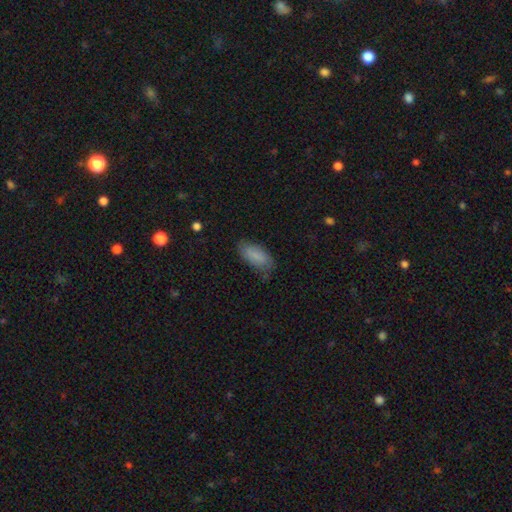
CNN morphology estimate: smooth 81%, featured or disk 12%, star or artifact 7%. Down the decision tree: how rounded — in between (89%); merging — none (66%).